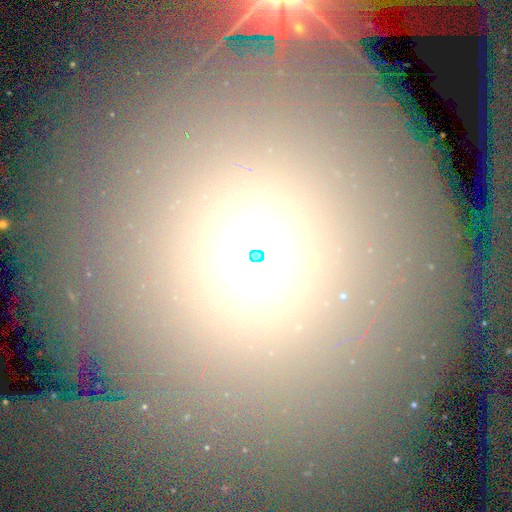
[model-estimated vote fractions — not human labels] This is possibly a smooth galaxy (55%). How rounded: likely round (76%). Merging: clearly none (83%).